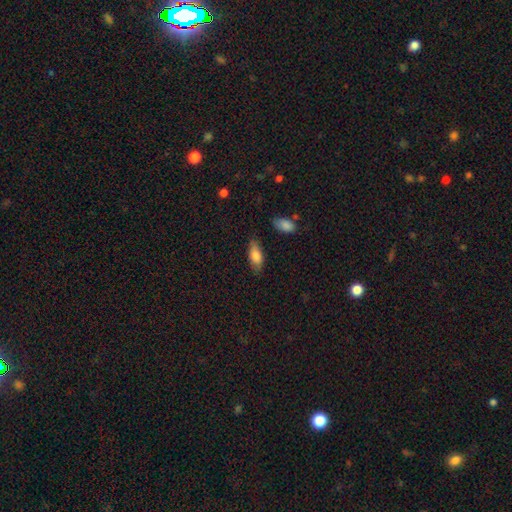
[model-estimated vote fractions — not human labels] Smooth or featured?
  - smooth: 81% *
  - featured or disk: 13%
  - star or artifact: 7%
How rounded?
  - in between: 79% *
  - cigar-shaped: 18%
  - round: 2%
Merging?
  - none: 79% *
  - minor disturbance: 16%
  - major disturbance: 3%
  - merger: 2%